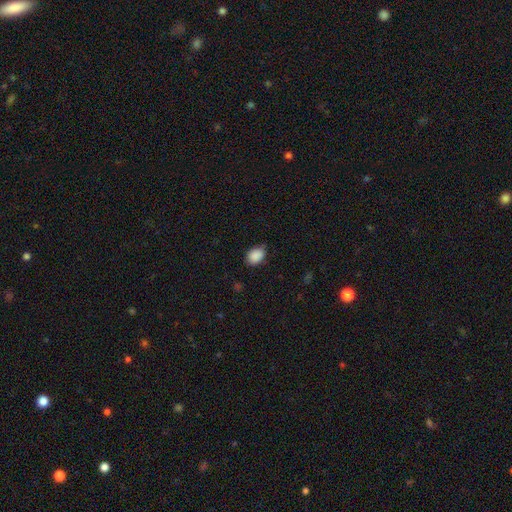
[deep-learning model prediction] smooth-or-featured: smooth: 89% | star or artifact: 8% | featured or disk: 3%
  how-rounded: in between: 69% | round: 30% | cigar-shaped: 1%
  merging: none: 75% | minor disturbance: 20% | major disturbance: 4% | merger: 1%